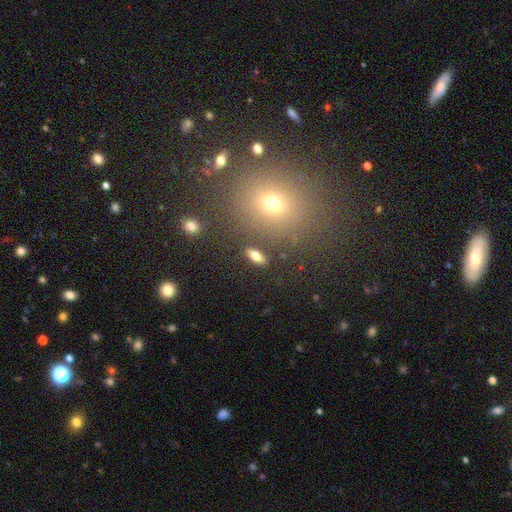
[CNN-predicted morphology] Smooth or featured?
  - smooth: 71% *
  - featured or disk: 18%
  - star or artifact: 11%
How rounded?
  - in between: 74% *
  - cigar-shaped: 19%
  - round: 7%
Merging?
  - none: 85% *
  - minor disturbance: 8%
  - merger: 3%
  - major disturbance: 3%